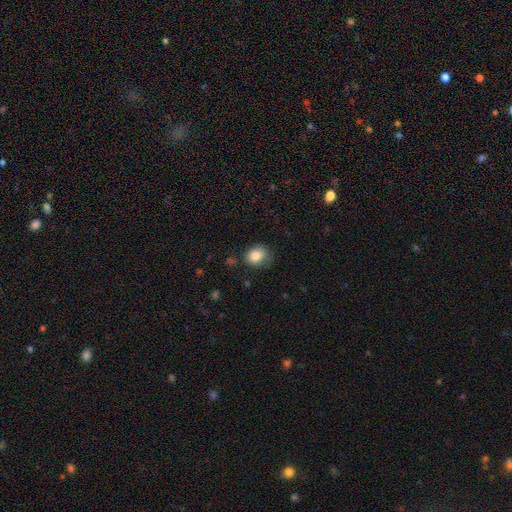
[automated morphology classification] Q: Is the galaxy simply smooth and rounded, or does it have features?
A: smooth — 84%.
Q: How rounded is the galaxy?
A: round — 63%.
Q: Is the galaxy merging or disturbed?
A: none — 69%.